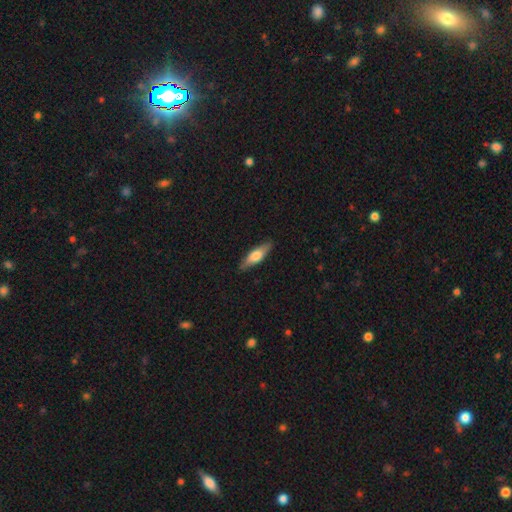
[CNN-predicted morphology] This appears to be a smooth galaxy with no disk features (61%) that is cigar-shaped (55%). Merging: none (87%).